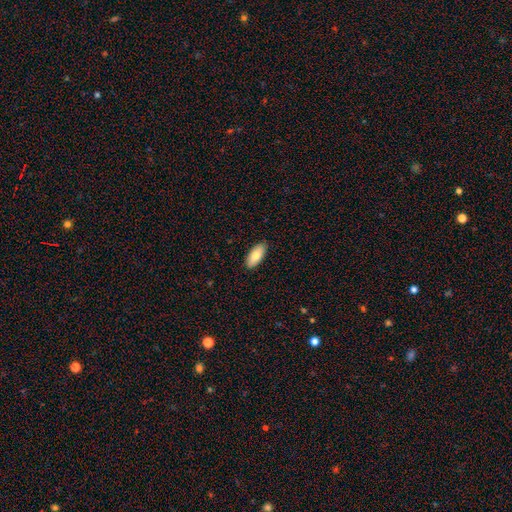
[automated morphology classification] The model was most divided on "smooth or featured": smooth: 79%, featured or disk: 14%, star or artifact: 6%. More confident: merging — none (89%); how rounded — in between (88%).